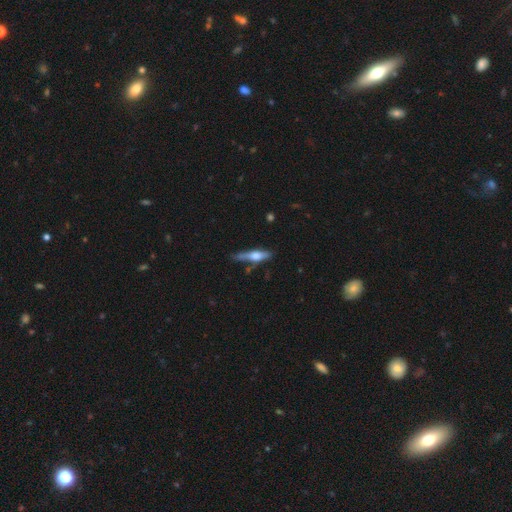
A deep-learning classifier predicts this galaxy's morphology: Smooth or featured? Predicted: featured or disk (p=0.54). Edge-on disk? Predicted: yes (p=0.93). Merging? Predicted: none (p=0.67).